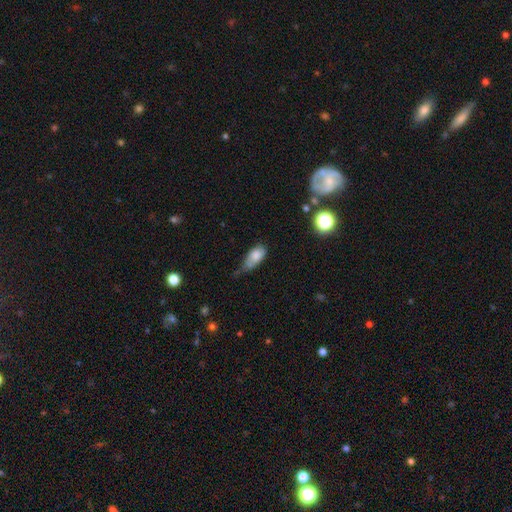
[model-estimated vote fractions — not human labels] smooth 77%, featured or disk 14%, star or artifact 9%. Down the decision tree: how rounded — in between (87%); merging — minor disturbance (45%).